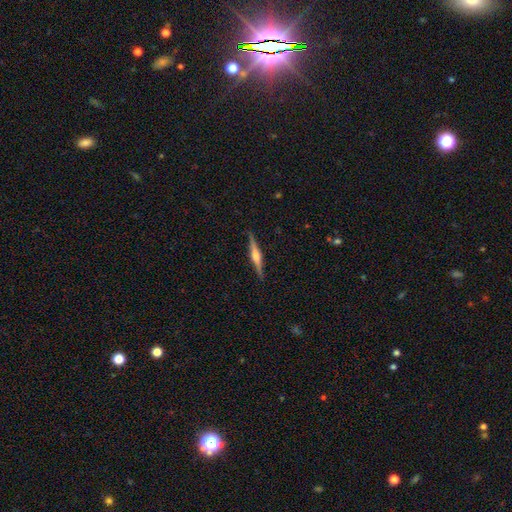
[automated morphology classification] Smooth or featured: featured or disk — 74% (smooth — 21%)
Edge-on disk: yes — 98% (no — 2%)
Edge-on bulge: rounded — 83% (boxy — 11%)
Merging: none — 90% (minor disturbance — 8%)